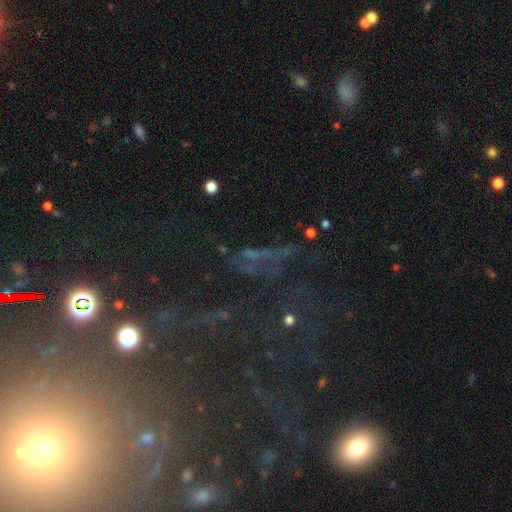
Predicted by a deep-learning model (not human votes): This appears to be a star or artifact, not a galaxy (59%).